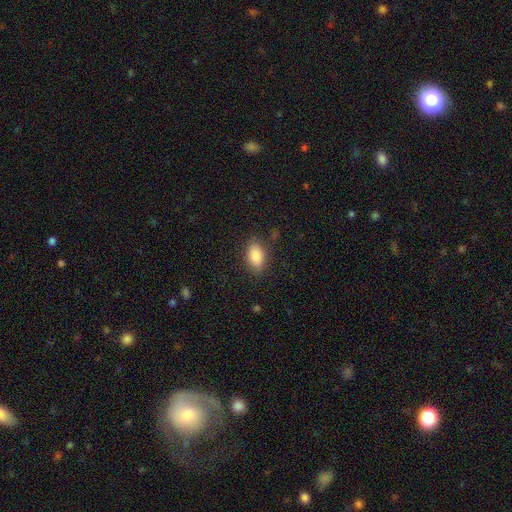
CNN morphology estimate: This is clearly a smooth galaxy (87%). How rounded: clearly in between (90%). Merging: clearly none (84%).